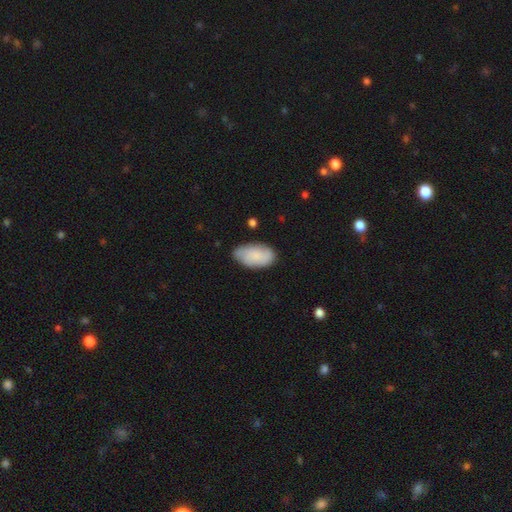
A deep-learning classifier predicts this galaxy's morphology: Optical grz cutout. It shows a smooth galaxy with no disk features (71%) that is in between round and cigar-shaped (94%). Merging: none (73%).